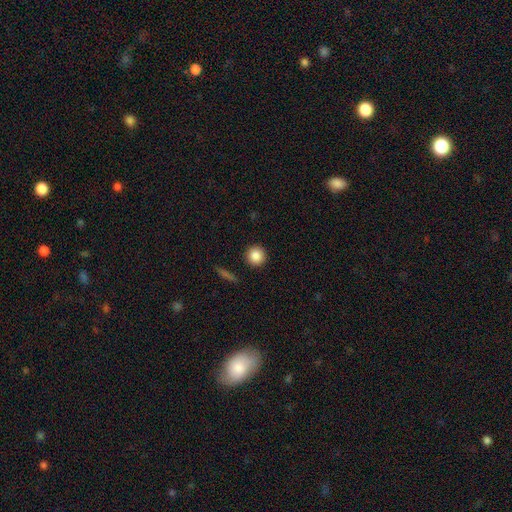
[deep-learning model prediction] This is clearly a smooth galaxy (87%). How rounded: clearly round (94%). Merging: clearly none (91%).